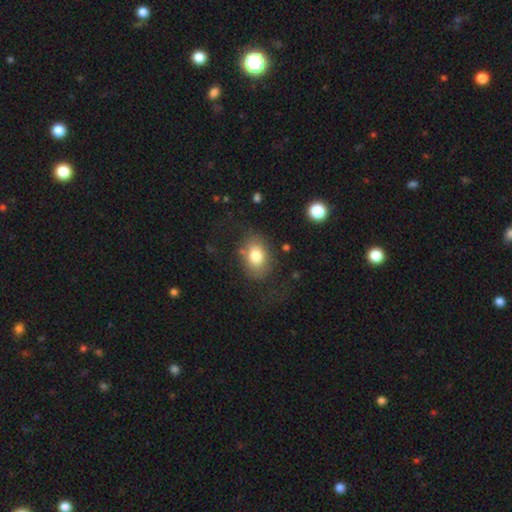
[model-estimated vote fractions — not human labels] smooth_or_featured: smooth (p=0.78) [alt: featured or disk p=0.13]
how_rounded: in between (p=0.72) [alt: round p=0.27]
merging: none (p=0.70) [alt: minor disturbance p=0.17]